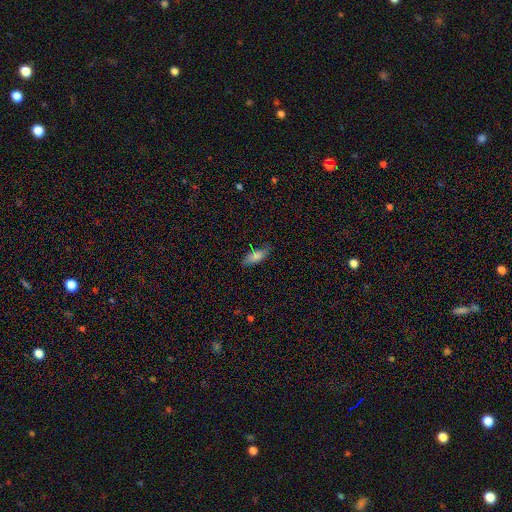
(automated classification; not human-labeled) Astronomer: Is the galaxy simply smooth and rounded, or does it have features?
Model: smooth — 77%.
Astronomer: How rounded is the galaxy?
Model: in between — 75%.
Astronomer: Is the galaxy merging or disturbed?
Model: none — 74%.